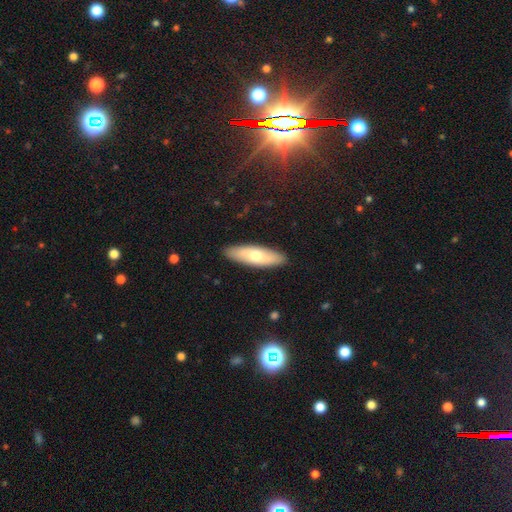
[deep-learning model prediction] Q: Smooth or featured?
A: smooth (60%); runner-up: featured or disk (35%)
Q: How rounded?
A: in between (51%); runner-up: cigar-shaped (47%)
Q: Merging?
A: none (89%); runner-up: minor disturbance (8%)